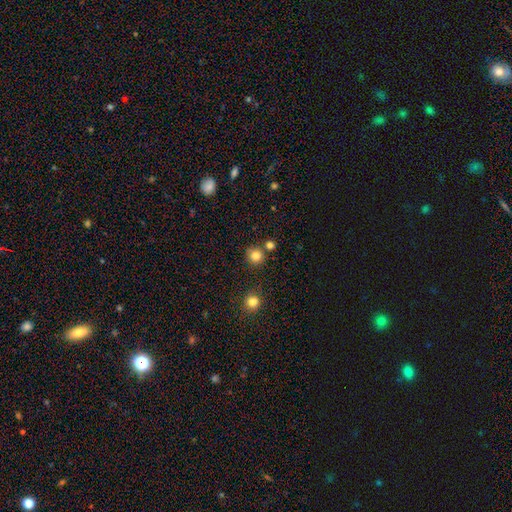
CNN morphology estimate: This is clearly a smooth galaxy (82%). How rounded: clearly round (92%). Merging: likely none (80%).